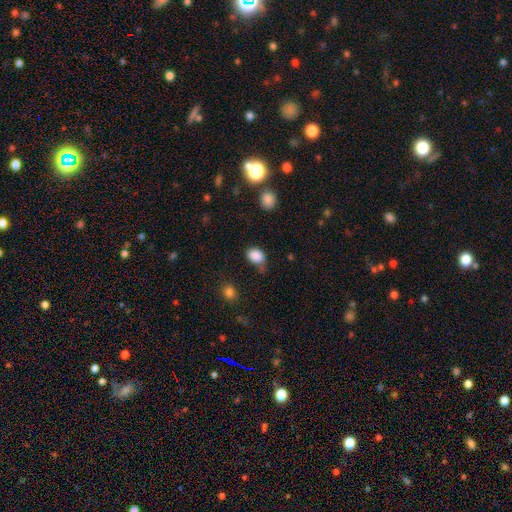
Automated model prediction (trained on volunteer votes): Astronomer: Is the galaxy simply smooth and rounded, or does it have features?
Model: smooth — 87%.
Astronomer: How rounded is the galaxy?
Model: in between — 70%.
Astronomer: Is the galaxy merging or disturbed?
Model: none — 60%.